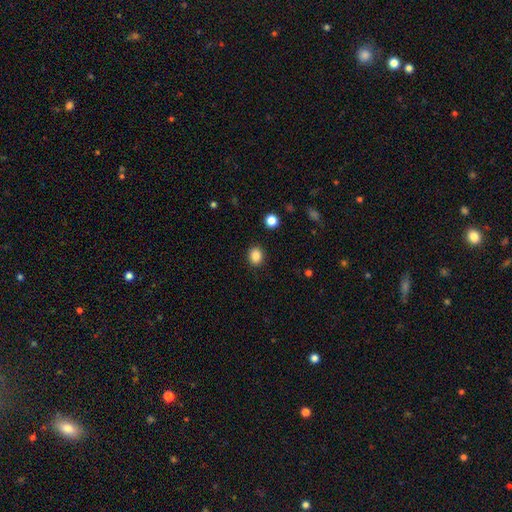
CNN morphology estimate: Smooth or featured? smooth (86%)
How rounded? round (59%)
Merging? none (90%)